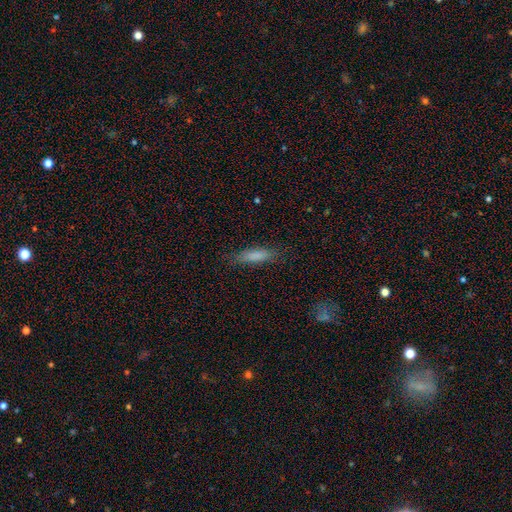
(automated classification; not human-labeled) A smooth galaxy with no disk features (80%) that is cigar-shaped (67%).

Vote fractions:
- Smooth or featured? smooth: 80% / featured or disk: 13% / star or artifact: 7%
- How rounded? cigar-shaped: 67% / in between: 31% / round: 2%
- Merging? none: 80% / minor disturbance: 14% / major disturbance: 4% / merger: 1%